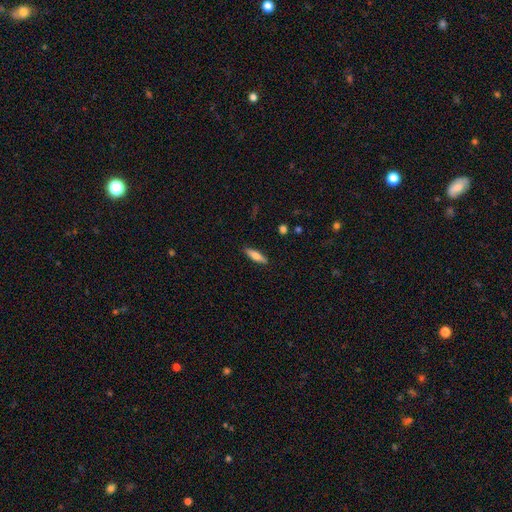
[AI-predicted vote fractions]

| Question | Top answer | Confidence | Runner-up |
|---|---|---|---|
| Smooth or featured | smooth | 65% | featured or disk (29%) |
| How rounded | cigar-shaped | 63% | in between (35%) |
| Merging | none | 89% | minor disturbance (8%) |